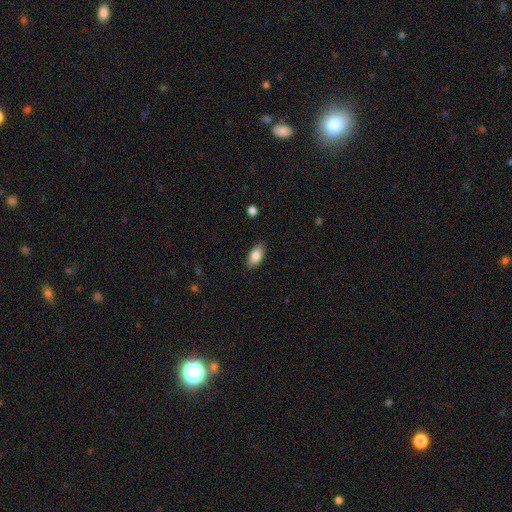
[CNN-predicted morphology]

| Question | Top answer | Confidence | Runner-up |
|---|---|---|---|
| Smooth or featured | smooth | 84% | featured or disk (10%) |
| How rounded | in between | 91% | cigar-shaped (6%) |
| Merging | none | 83% | minor disturbance (13%) |